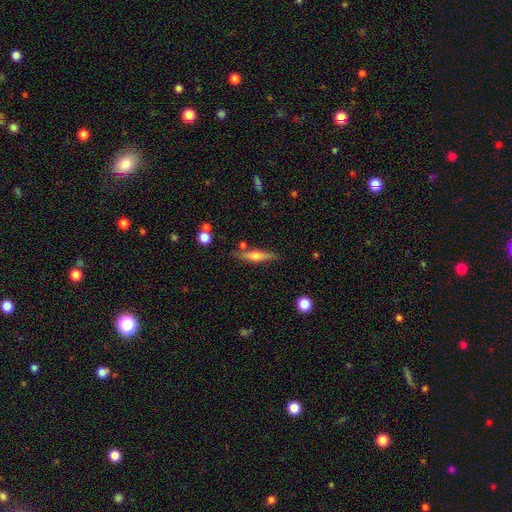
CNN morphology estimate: smooth_or_featured: smooth (p=0.47) [alt: featured or disk p=0.46]
merging: none (p=0.77) [alt: minor disturbance p=0.14]